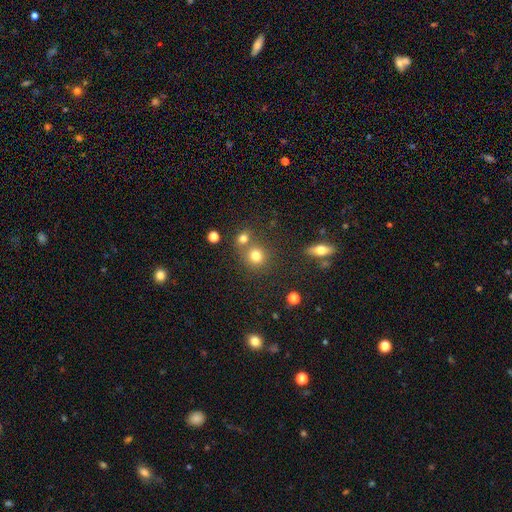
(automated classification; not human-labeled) smooth-or-featured: smooth: 77% | star or artifact: 14% | featured or disk: 9%
  how-rounded: round: 84% | in between: 14% | cigar-shaped: 1%
  merging: none: 60% | merger: 27% | minor disturbance: 9% | major disturbance: 4%